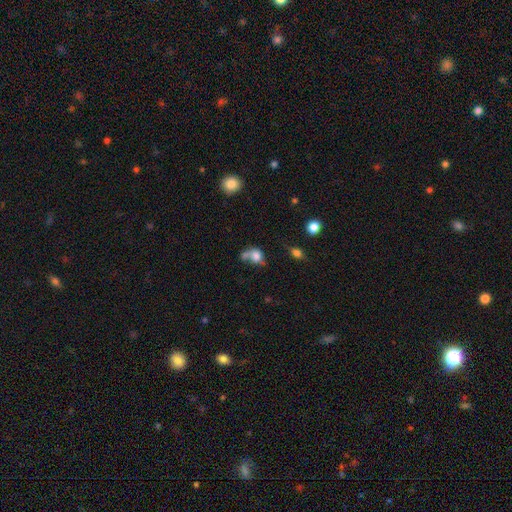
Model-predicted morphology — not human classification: Smooth or featured?
  - smooth: 73% *
  - featured or disk: 15%
  - star or artifact: 12%
How rounded?
  - in between: 50% *
  - round: 49%
  - cigar-shaped: 2%
Merging?
  - merger: 39% *
  - none: 28%
  - minor disturbance: 17%
  - major disturbance: 16%